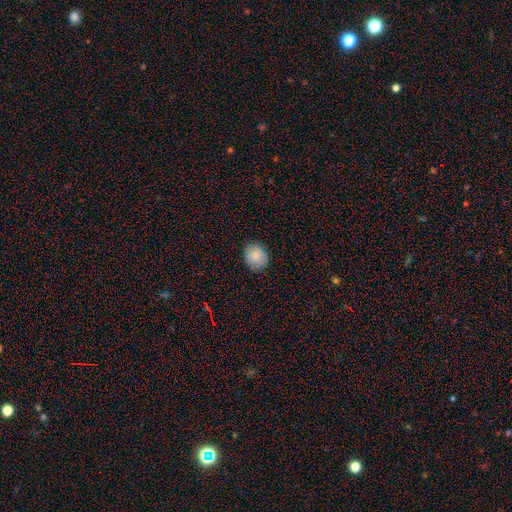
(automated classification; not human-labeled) A smooth galaxy with no disk features (85%) that is round (68%).

Vote fractions:
- Smooth or featured? smooth: 85% / star or artifact: 8% / featured or disk: 7%
- How rounded? round: 68% / in between: 31% / cigar-shaped: 1%
- Merging? none: 84% / minor disturbance: 13% / major disturbance: 2% / merger: 1%